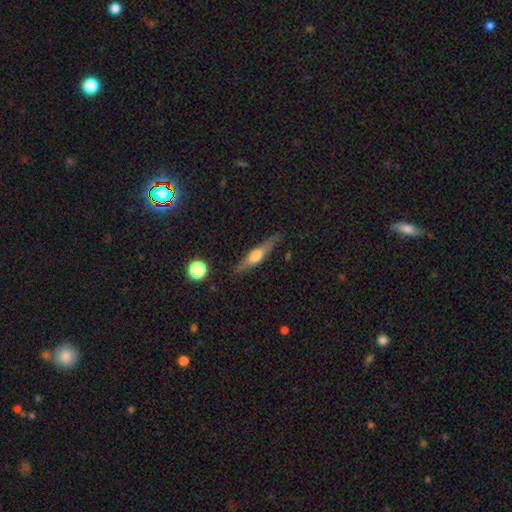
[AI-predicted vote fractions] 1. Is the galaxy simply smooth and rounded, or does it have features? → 51% featured or disk, 42% smooth, 7% star or artifact.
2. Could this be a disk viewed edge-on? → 89% yes, 11% no.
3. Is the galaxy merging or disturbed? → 78% none, 16% minor disturbance, 4% major disturbance, 2% merger.